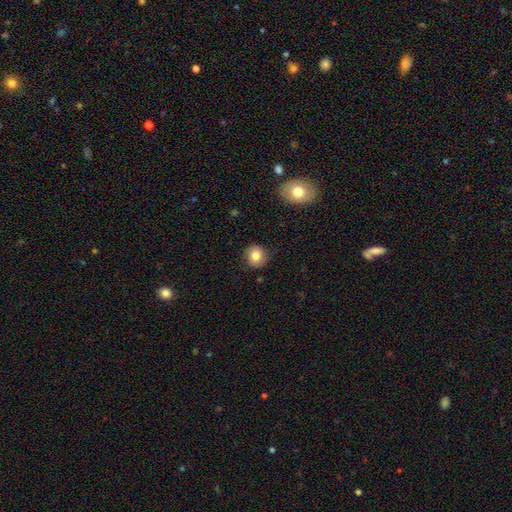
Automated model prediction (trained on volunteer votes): Smooth or featured? smooth (80%)
How rounded? round (87%)
Merging? none (84%)